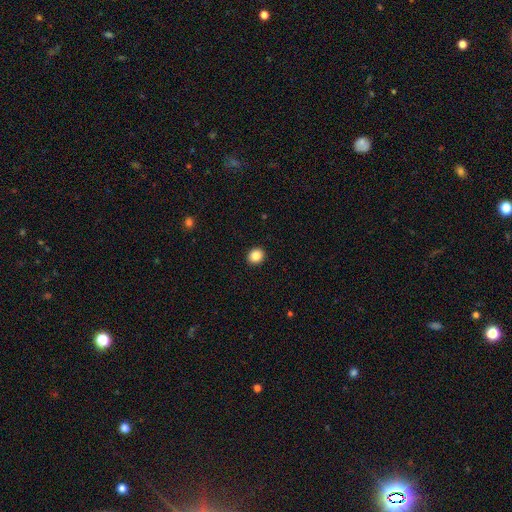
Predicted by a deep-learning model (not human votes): A smooth galaxy with no disk features (86%) that is round (77%). Merging: none (93%).